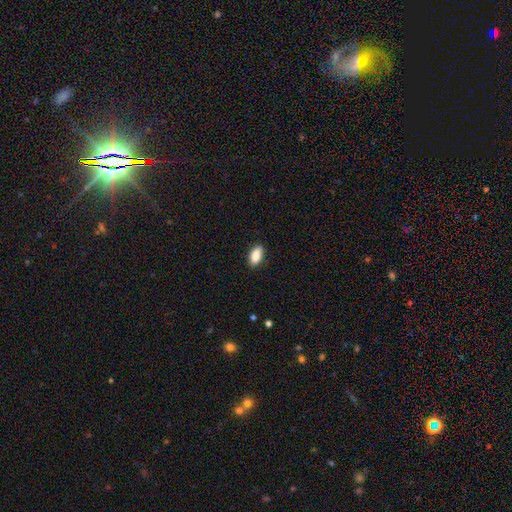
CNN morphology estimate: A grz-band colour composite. It shows a smooth galaxy with no disk features (87%) that is in between round and cigar-shaped (89%). Merging: none (87%).